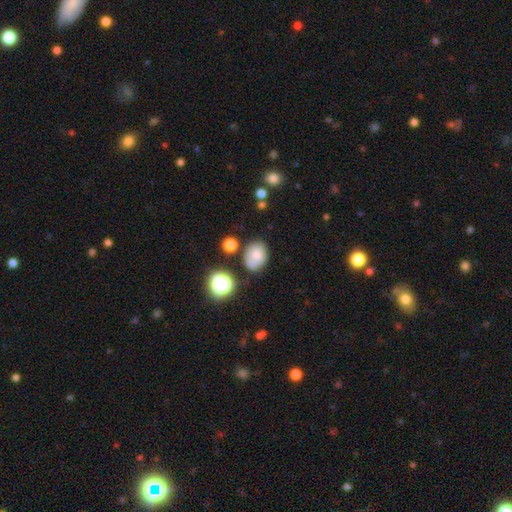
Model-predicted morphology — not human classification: Smooth or featured?
  - smooth: 68% *
  - featured or disk: 19%
  - star or artifact: 13%
How rounded?
  - in between: 63% *
  - round: 36%
  - cigar-shaped: 1%
Merging?
  - none: 57% *
  - minor disturbance: 23%
  - merger: 12%
  - major disturbance: 8%